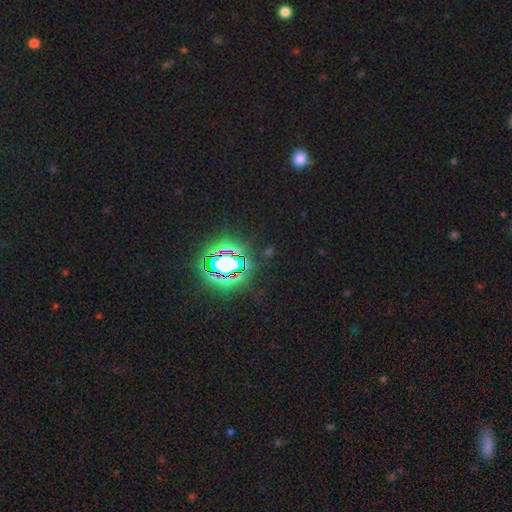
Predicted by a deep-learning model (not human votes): A star or artifact, not a galaxy (84%).

Vote fractions:
- Smooth or featured? star or artifact: 84% / smooth: 10% / featured or disk: 6%